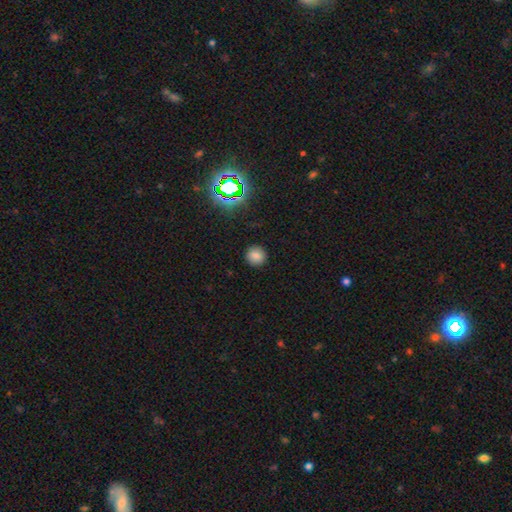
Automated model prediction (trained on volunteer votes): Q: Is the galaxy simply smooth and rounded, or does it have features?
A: smooth — 79%.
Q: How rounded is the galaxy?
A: round — 92%.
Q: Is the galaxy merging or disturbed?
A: none — 90%.